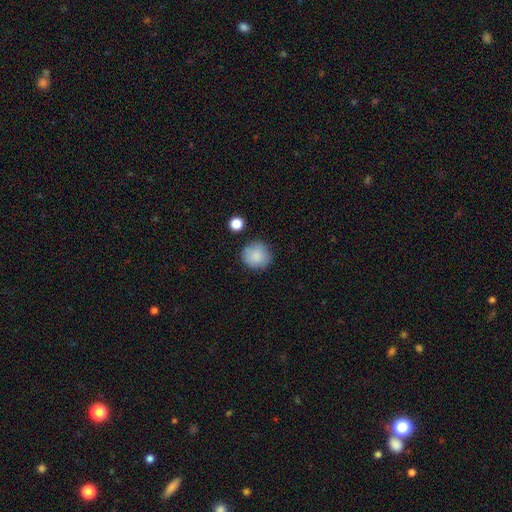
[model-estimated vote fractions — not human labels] Q: Smooth or featured?
A: smooth (86%); runner-up: star or artifact (8%)
Q: How rounded?
A: round (91%); runner-up: in between (8%)
Q: Merging?
A: none (81%); runner-up: minor disturbance (12%)